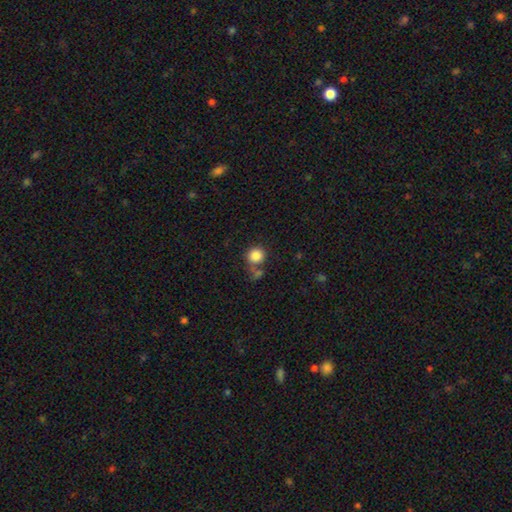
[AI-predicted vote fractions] The model was most divided on "merging": none: 60%, merger: 22%, minor disturbance: 12%, major disturbance: 6%. More confident: how rounded — round (91%); smooth or featured — smooth (85%).